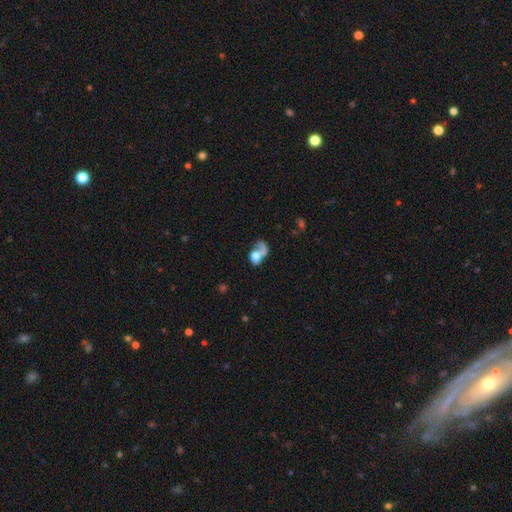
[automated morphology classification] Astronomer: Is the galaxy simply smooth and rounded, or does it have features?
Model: smooth — 56% (runner-up: featured or disk, 33%).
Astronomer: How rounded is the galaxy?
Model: in between — 60% (runner-up: round, 38%).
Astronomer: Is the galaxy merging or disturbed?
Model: merger — 40% (runner-up: major disturbance, 28%).